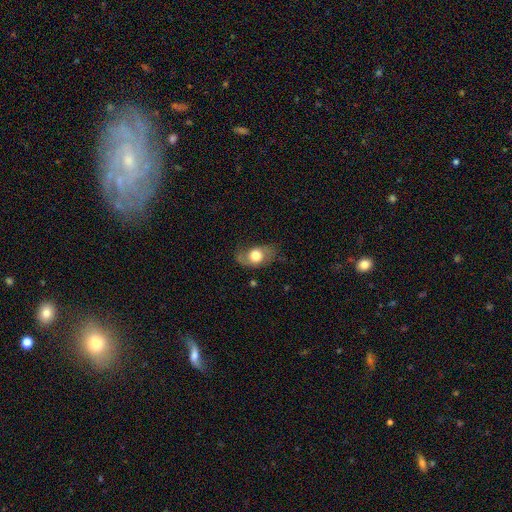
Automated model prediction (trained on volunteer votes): smooth 54%, featured or disk 39%, star or artifact 7%. Down the decision tree: how rounded — in between (78%); merging — none (61%).